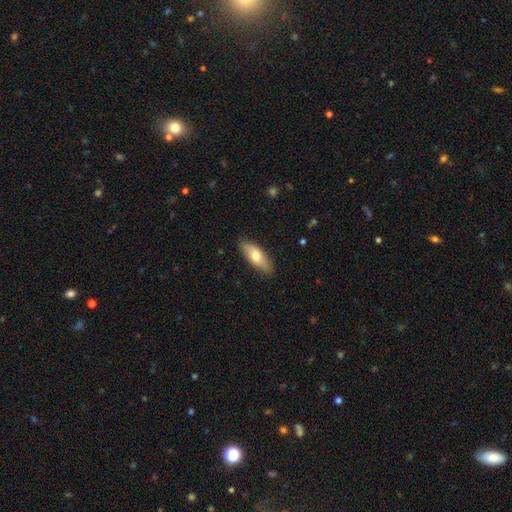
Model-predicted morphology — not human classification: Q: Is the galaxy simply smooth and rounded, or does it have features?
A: smooth — 71%.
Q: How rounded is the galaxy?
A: in between — 72%.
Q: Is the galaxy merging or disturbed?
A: none — 85%.